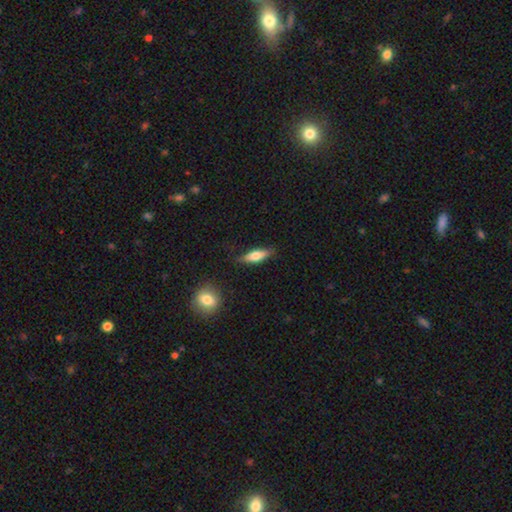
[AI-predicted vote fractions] A smooth galaxy with no disk features (61%) that is in between round and cigar-shaped (50%).

Vote fractions:
- Smooth or featured? smooth: 61% / featured or disk: 32% / star or artifact: 7%
- How rounded? in between: 50% / cigar-shaped: 47% / round: 3%
- Merging? none: 79% / minor disturbance: 15% / major disturbance: 4% / merger: 2%